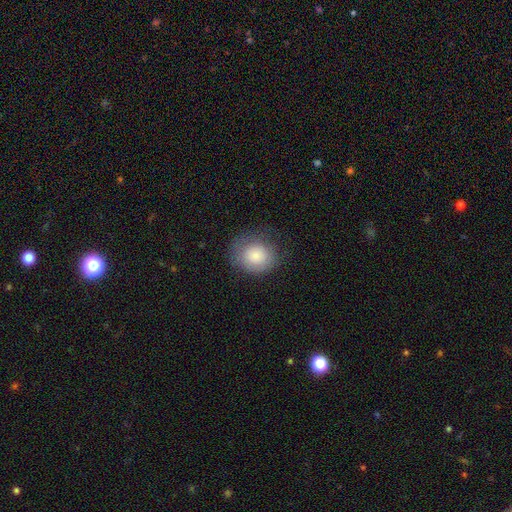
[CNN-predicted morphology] smooth-or-featured: smooth: 80% | featured or disk: 12% | star or artifact: 8%
  how-rounded: round: 71% | in between: 28% | cigar-shaped: 1%
  merging: none: 69% | minor disturbance: 20% | major disturbance: 10% | merger: 1%